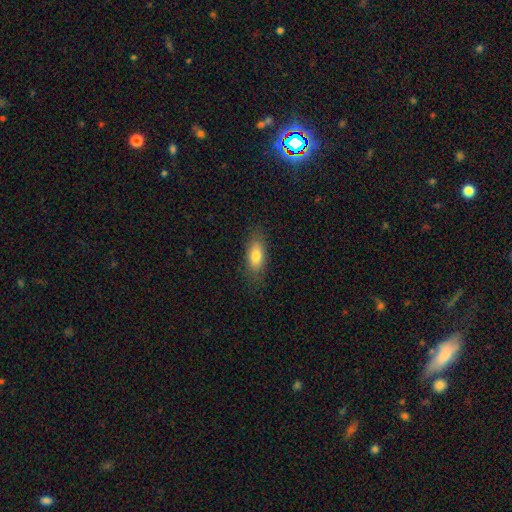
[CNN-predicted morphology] A smooth galaxy with no disk features (79%) that is in between round and cigar-shaped (83%). Merging: none (83%).